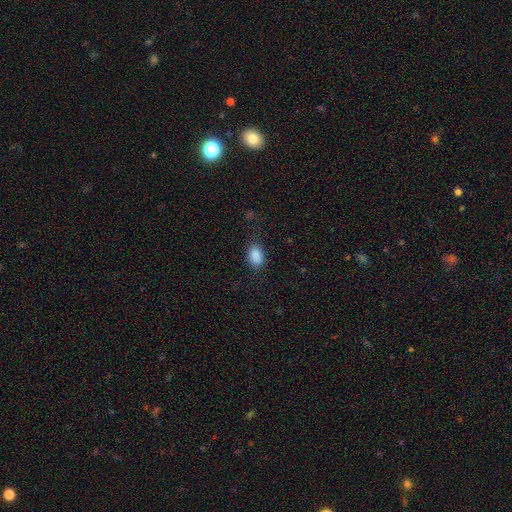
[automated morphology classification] A smooth galaxy with no disk features (88%) that is in between round and cigar-shaped (87%). Merging: none (78%).